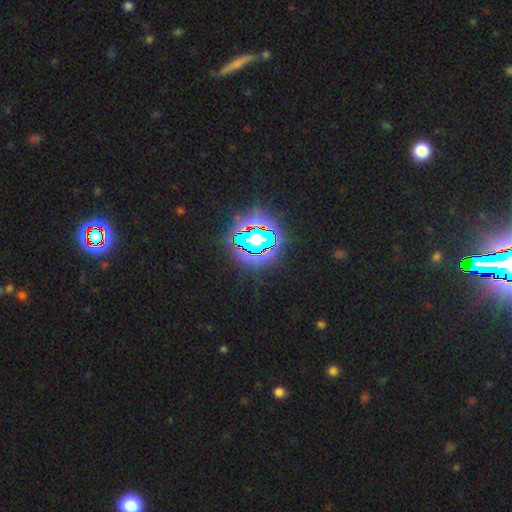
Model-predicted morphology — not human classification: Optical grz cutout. It shows a star or artifact, not a galaxy (85%).